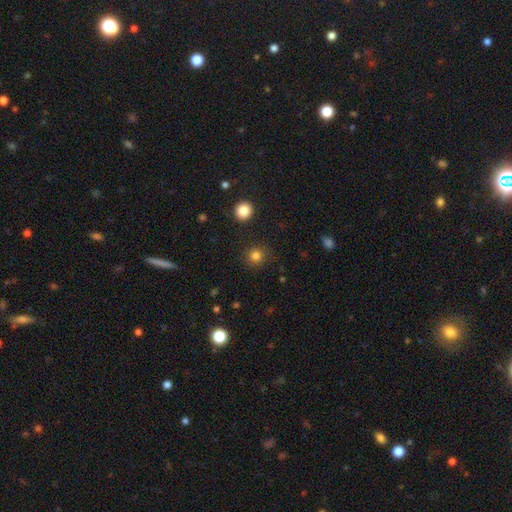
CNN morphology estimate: Smooth or featured: smooth — 82% (star or artifact — 13%)
How rounded: round — 92% (in between — 7%)
Merging: none — 89% (minor disturbance — 7%)